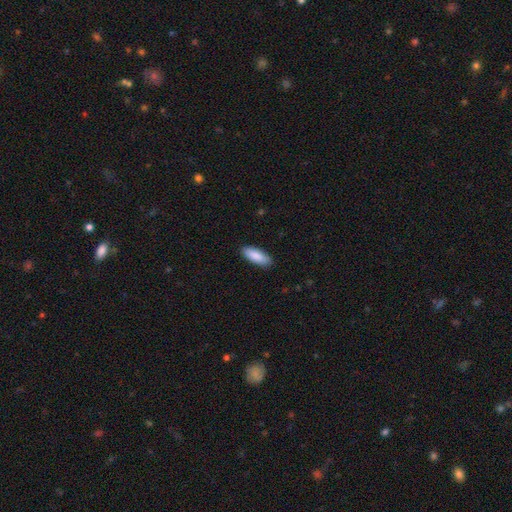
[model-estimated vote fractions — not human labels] This is clearly a smooth galaxy (89%). How rounded: likely in between (71%). Merging: clearly none (90%).